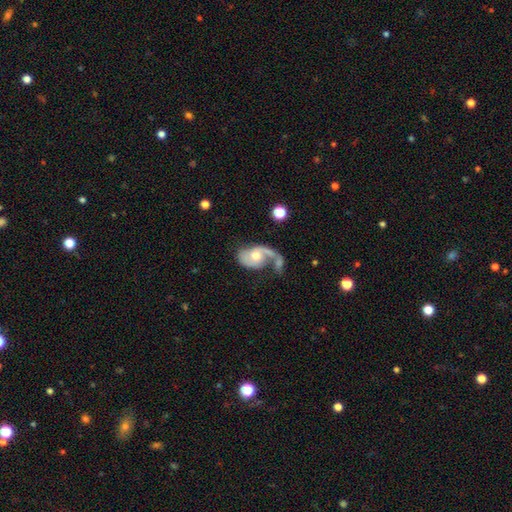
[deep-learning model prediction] smooth_or_featured: featured or disk (p=0.74) [alt: smooth p=0.20]
disk_edge_on: no (p=0.97) [alt: yes p=0.03]
bar: no (p=0.67) [alt: weak p=0.27]
has_spiral_arms: yes (p=0.86) [alt: no p=0.14]
spiral_winding: loose (p=0.50) [alt: medium p=0.35]
spiral_arm_count: 2 (p=0.47) [alt: 1 p=0.45]
bulge_size: moderate (p=0.69) [alt: small p=0.21]
merging: major disturbance (p=0.30) [alt: merger p=0.29]